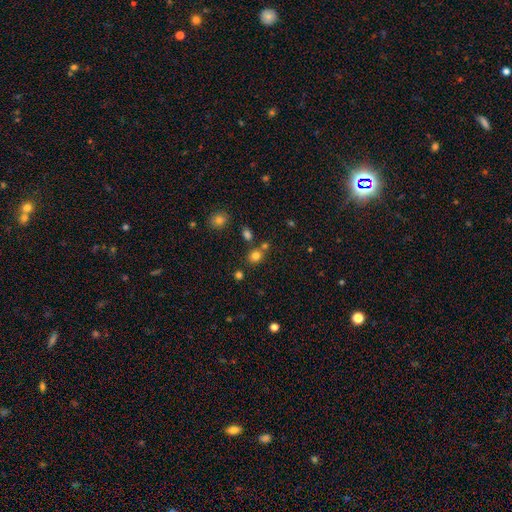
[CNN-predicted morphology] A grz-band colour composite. It shows a smooth galaxy with no disk features (78%) that is round (69%). Merging: none (70%).